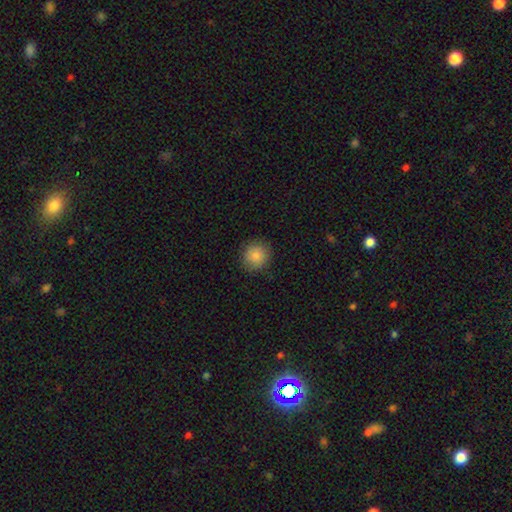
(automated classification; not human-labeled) smooth-or-featured: smooth: 86% | star or artifact: 9% | featured or disk: 5%
  how-rounded: round: 90% | in between: 9% | cigar-shaped: 1%
  merging: none: 88% | minor disturbance: 8% | major disturbance: 2% | merger: 1%